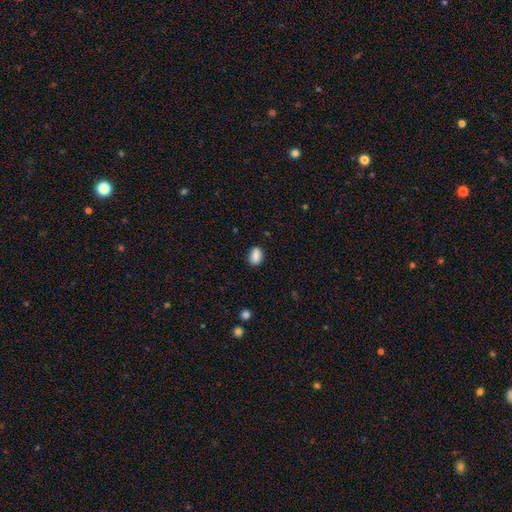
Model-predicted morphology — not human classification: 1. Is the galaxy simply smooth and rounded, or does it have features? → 85% smooth, 9% star or artifact, 6% featured or disk.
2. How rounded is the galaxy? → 70% in between, 29% round, 1% cigar-shaped.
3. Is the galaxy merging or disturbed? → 81% none, 14% minor disturbance, 3% major disturbance, 2% merger.